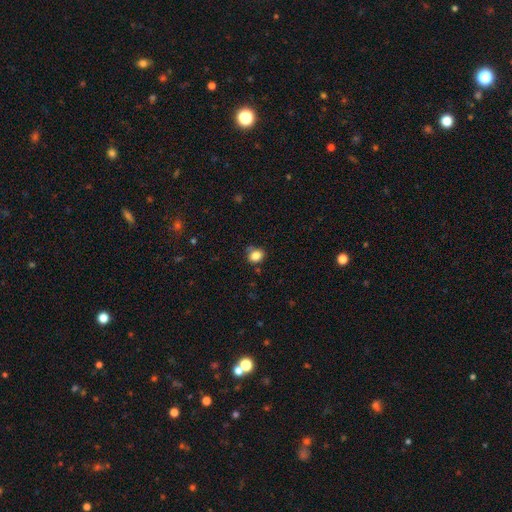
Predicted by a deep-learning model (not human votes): A smooth galaxy with no disk features (84%) that is round (65%). Merging: none (73%).